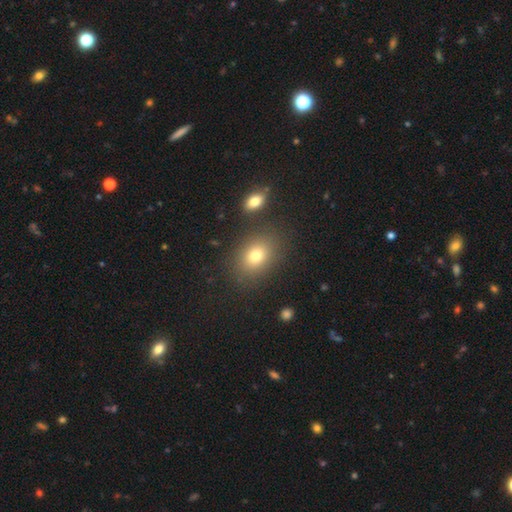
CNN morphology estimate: This is likely a smooth galaxy (76%). How rounded: likely in between (69%). Merging: clearly none (81%).